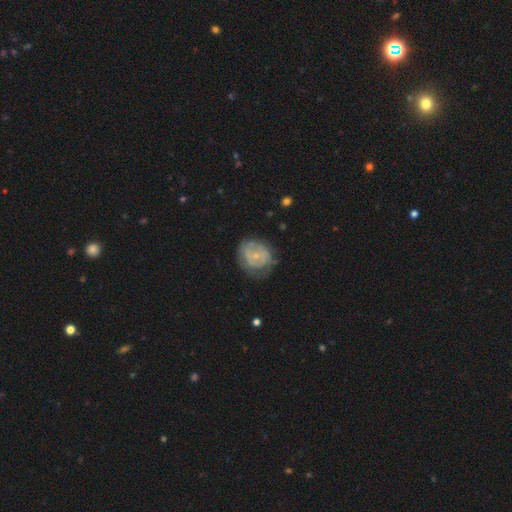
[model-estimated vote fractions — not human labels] Smooth or featured? Predicted: featured or disk (p=0.61). Edge-on disk? Predicted: no (p=0.98). Bar? Predicted: no (p=0.73). Spiral arms? Predicted: yes (p=0.65). Bulge size? Predicted: small (p=0.73). Merging? Predicted: none (p=0.60).